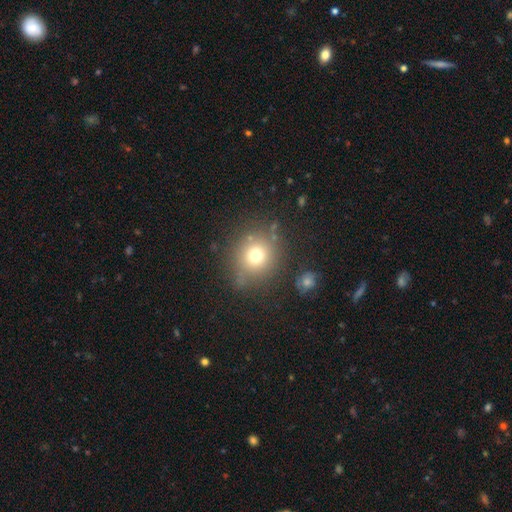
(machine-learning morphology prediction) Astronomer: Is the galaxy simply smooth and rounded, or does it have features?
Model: smooth — 72%.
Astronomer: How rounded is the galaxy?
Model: round — 87%.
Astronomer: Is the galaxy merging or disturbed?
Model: none — 78%.